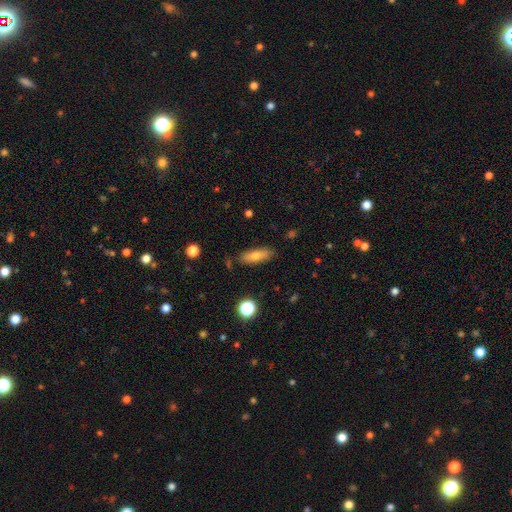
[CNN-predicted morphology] A smooth galaxy with no disk features (71%) that is in between round and cigar-shaped (58%). Merging: none (82%).